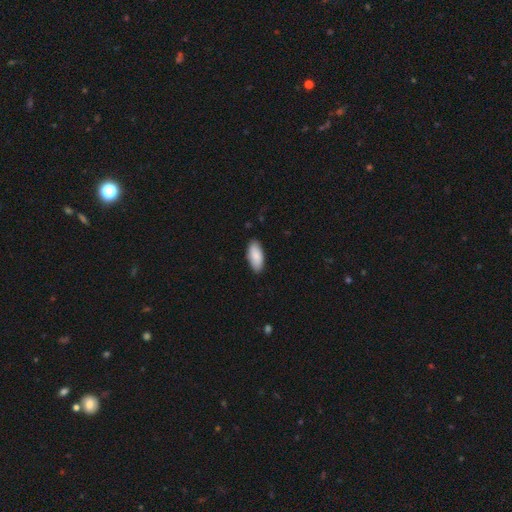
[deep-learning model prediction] A smooth galaxy with no disk features (88%) that is in between round and cigar-shaped (89%).

Vote fractions:
- Smooth or featured? smooth: 88% / featured or disk: 6% / star or artifact: 6%
- How rounded? in between: 89% / cigar-shaped: 9% / round: 2%
- Merging? none: 87% / minor disturbance: 10% / major disturbance: 2% / merger: 1%